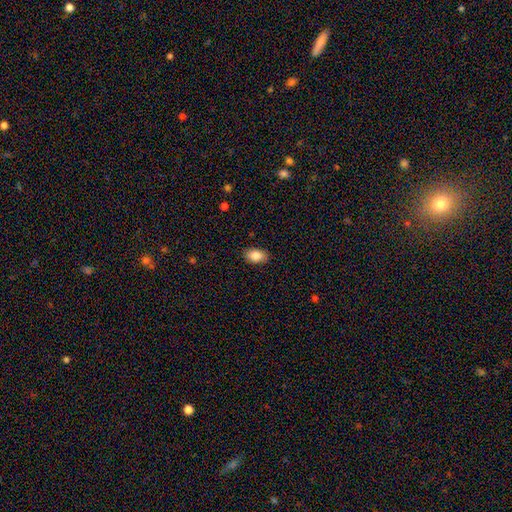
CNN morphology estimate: smooth-or-featured: smooth: 86% | star or artifact: 8% | featured or disk: 6%
  how-rounded: in between: 90% | round: 9% | cigar-shaped: 1%
  merging: none: 88% | minor disturbance: 9% | major disturbance: 2% | merger: 1%